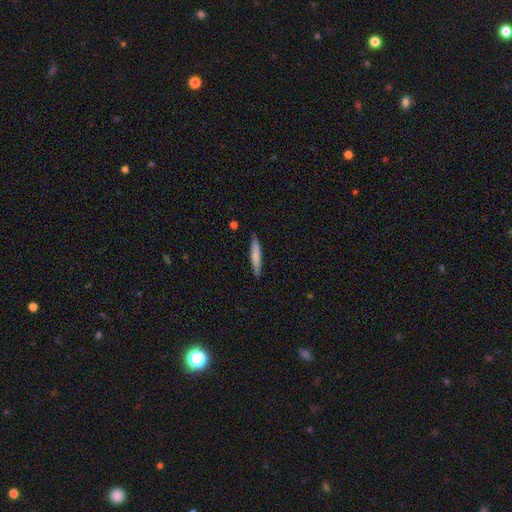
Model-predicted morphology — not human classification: This is likely a smooth galaxy (75%). How rounded: clearly cigar-shaped (92%). Merging: clearly none (87%).